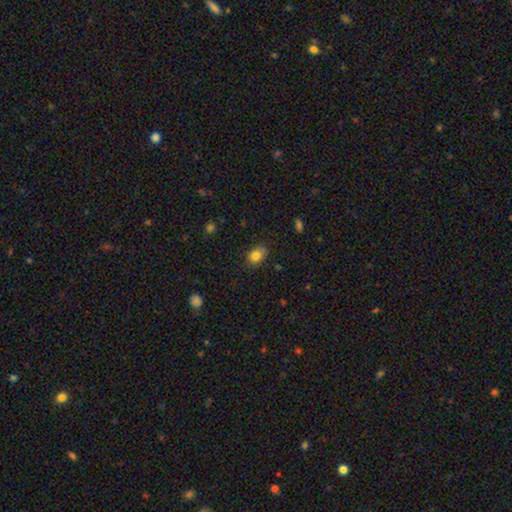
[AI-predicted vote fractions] Smooth or featured?
  - smooth: 83% *
  - star or artifact: 10%
  - featured or disk: 7%
How rounded?
  - in between: 72% *
  - round: 27%
  - cigar-shaped: 1%
Merging?
  - none: 77% *
  - minor disturbance: 18%
  - major disturbance: 3%
  - merger: 1%